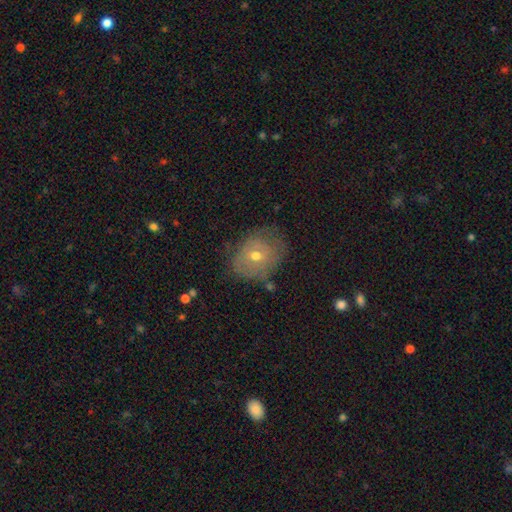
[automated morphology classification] type=featured or disk (47%); merging=none (63%).